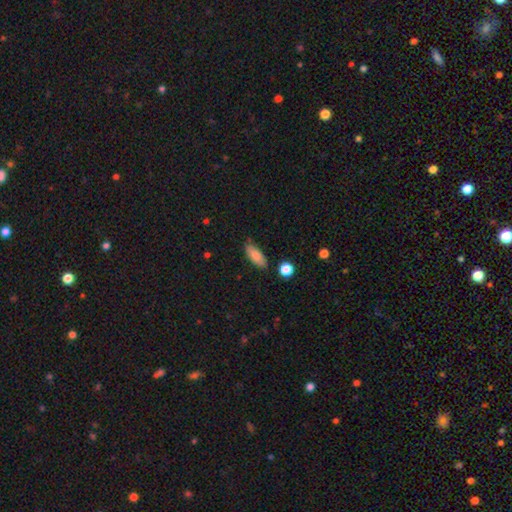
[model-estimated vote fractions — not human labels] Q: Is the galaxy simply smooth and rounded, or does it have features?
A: smooth — 83%.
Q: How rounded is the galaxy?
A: in between — 77%.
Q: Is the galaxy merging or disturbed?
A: none — 79%.